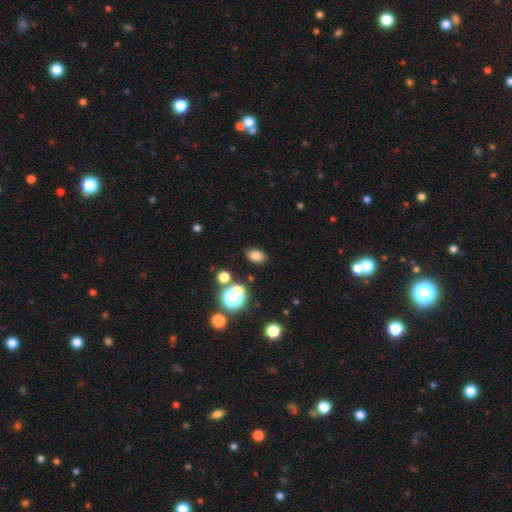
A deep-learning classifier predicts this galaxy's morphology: A smooth galaxy with no disk features (75%) that is in between round and cigar-shaped (82%).

Vote fractions:
- Smooth or featured? smooth: 75% / star or artifact: 17% / featured or disk: 8%
- How rounded? in between: 82% / round: 16% / cigar-shaped: 2%
- Merging? none: 83% / minor disturbance: 9% / merger: 4% / major disturbance: 3%